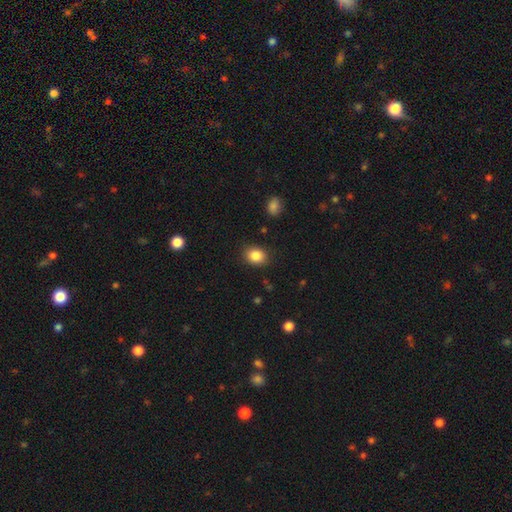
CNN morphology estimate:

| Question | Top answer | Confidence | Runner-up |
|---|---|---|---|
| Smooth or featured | smooth | 86% | star or artifact (9%) |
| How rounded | in between | 50% | round (49%) |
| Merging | none | 85% | minor disturbance (10%) |